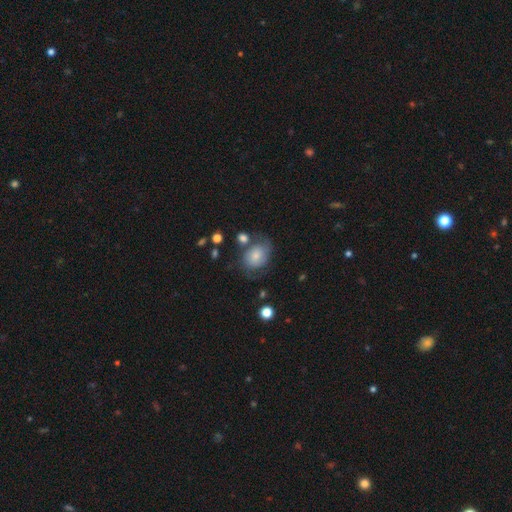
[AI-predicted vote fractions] Smooth or featured? Predicted: smooth (p=0.63). How rounded? Predicted: in between (p=0.57). Merging? Predicted: none (p=0.49).